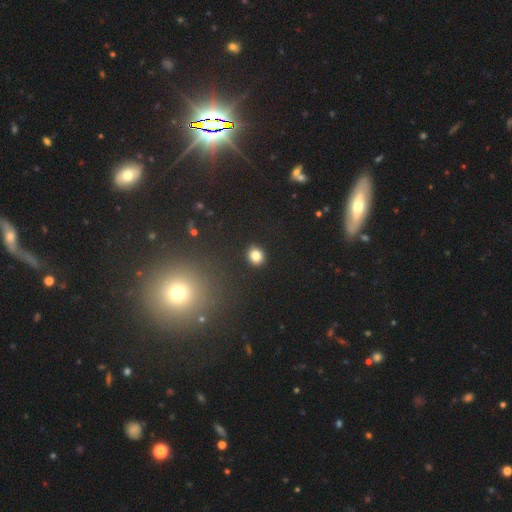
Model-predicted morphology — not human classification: Q: Smooth or featured?
A: smooth (83%); runner-up: star or artifact (12%)
Q: How rounded?
A: round (73%); runner-up: in between (26%)
Q: Merging?
A: none (91%); runner-up: minor disturbance (6%)